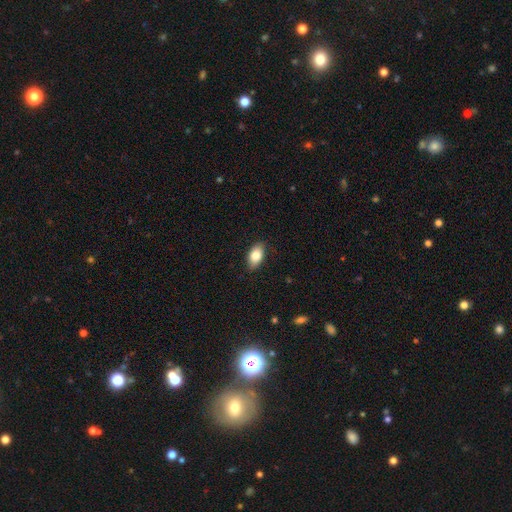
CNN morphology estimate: This is clearly a smooth galaxy (83%). How rounded: clearly in between (91%). Merging: clearly none (84%).